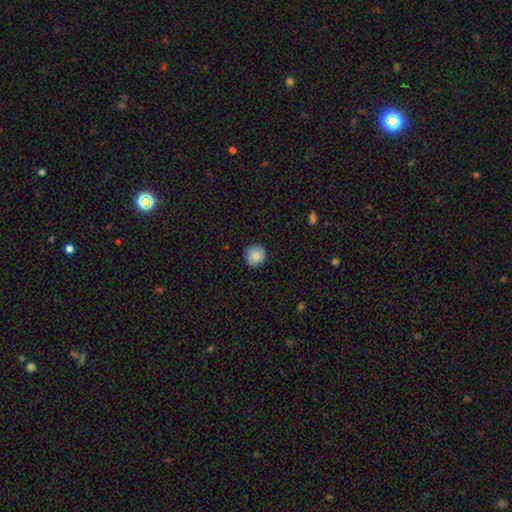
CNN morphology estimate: Overall: smooth (88%). How rounded: round (93%). Merging: none (90%).